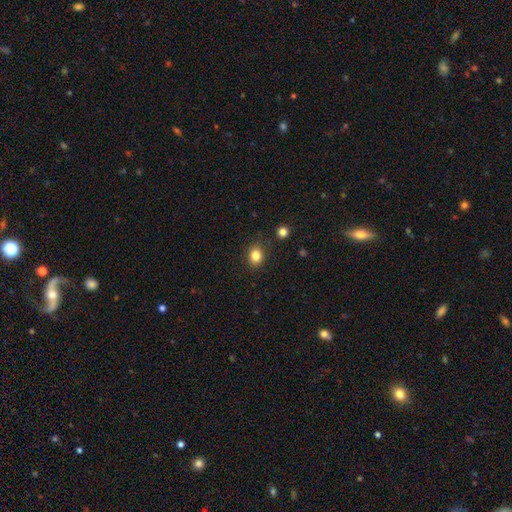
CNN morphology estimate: Smooth or featured? smooth (83%)
How rounded? round (53%)
Merging? none (85%)